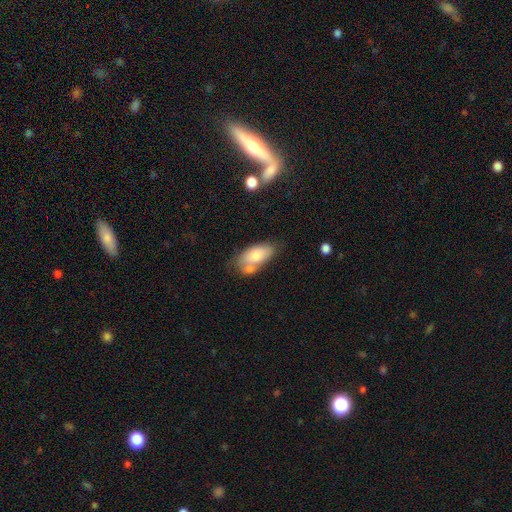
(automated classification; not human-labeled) Smooth or featured?
  - smooth: 72% *
  - featured or disk: 21%
  - star or artifact: 7%
How rounded?
  - in between: 91% *
  - cigar-shaped: 6%
  - round: 3%
Merging?
  - none: 47% *
  - merger: 27%
  - minor disturbance: 20%
  - major disturbance: 6%